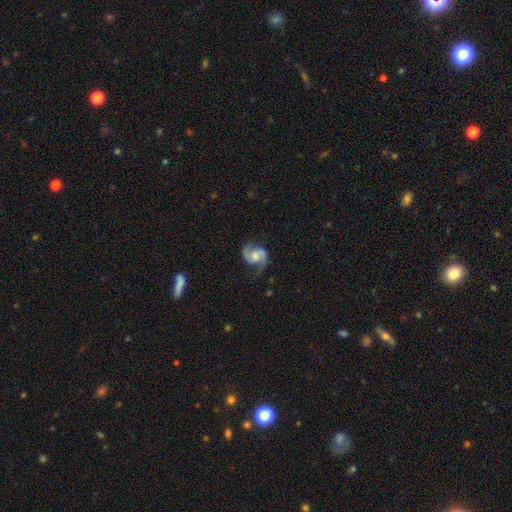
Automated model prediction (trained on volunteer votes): Overall: featured or disk (85%). Edge-on disk: no (98%). Bar: no (57%; weak 35%). Spiral arms: yes (97%). Spiral arm count: 2 (93%). Spiral winding: medium (53%; loose 31%). Bulge size: moderate (54%; small 27%). Merging: none (74%).